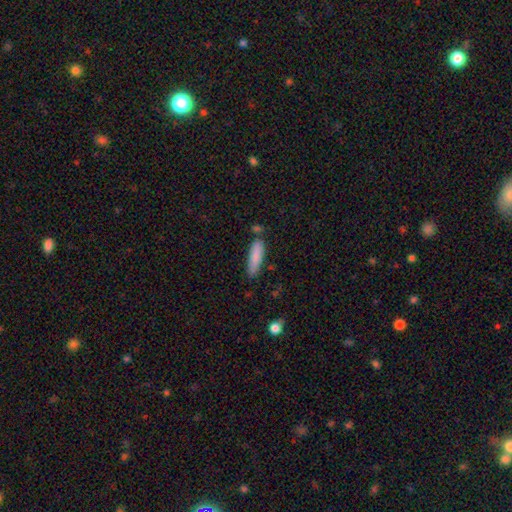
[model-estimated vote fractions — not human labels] A smooth galaxy with no disk features (85%) that is cigar-shaped (68%).

Vote fractions:
- Smooth or featured? smooth: 85% / featured or disk: 9% / star or artifact: 6%
- How rounded? cigar-shaped: 68% / in between: 30% / round: 2%
- Merging? none: 70% / minor disturbance: 19% / merger: 7% / major disturbance: 4%